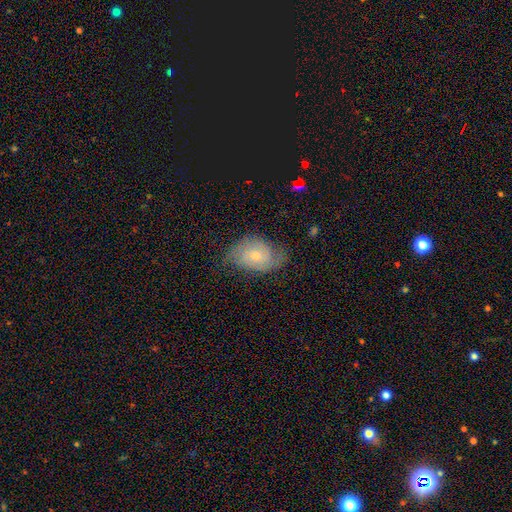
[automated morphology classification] This is likely a featured or disk galaxy (63%). It is clearly not viewed edge-on (96%). Bar: likely no (68%). Spiral arm pattern: clearly yes (89%). Spiral arm count: likely 2 (64%). Spiral winding: marginally tight (44%). Central bulge: possibly moderate (48%). Merging: likely none (64%).